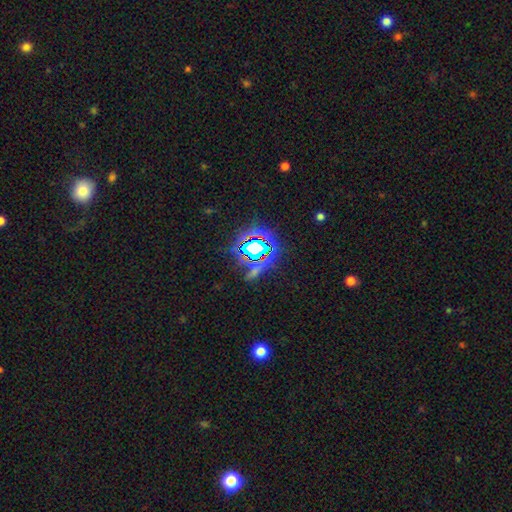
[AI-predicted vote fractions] A star or artifact, not a galaxy (74%).

Vote fractions:
- Smooth or featured? star or artifact: 74% / smooth: 15% / featured or disk: 10%